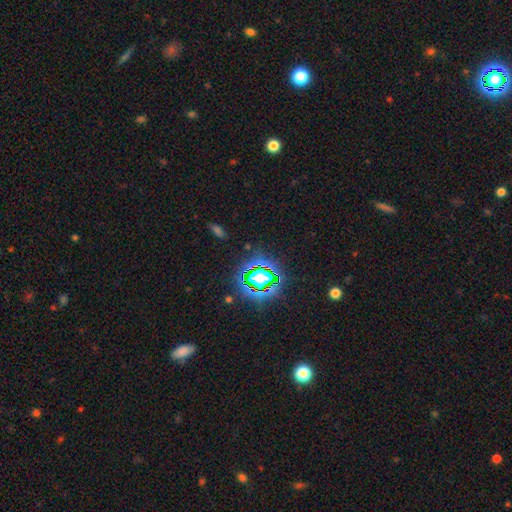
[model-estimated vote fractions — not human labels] Q: Smooth or featured?
A: star or artifact (81%); runner-up: smooth (11%)